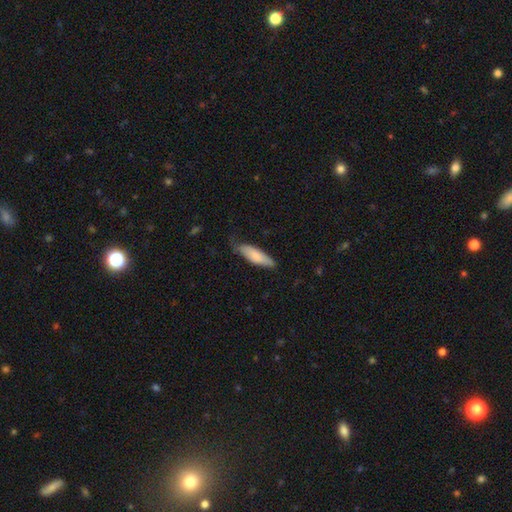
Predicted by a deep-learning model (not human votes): smooth 78%, featured or disk 17%, star or artifact 5%. Down the decision tree: how rounded — in between (49%, tied with cigar-shaped); merging — none (63%).